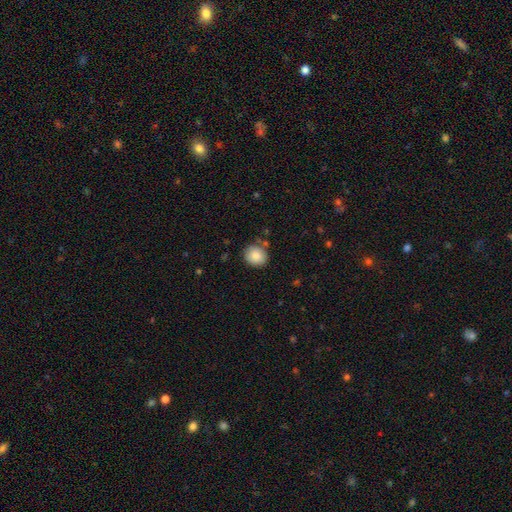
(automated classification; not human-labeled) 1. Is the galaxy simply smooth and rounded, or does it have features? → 84% smooth, 9% star or artifact, 8% featured or disk.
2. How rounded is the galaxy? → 77% round, 22% in between, 1% cigar-shaped.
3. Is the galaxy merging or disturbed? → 80% none, 12% minor disturbance, 4% merger, 3% major disturbance.